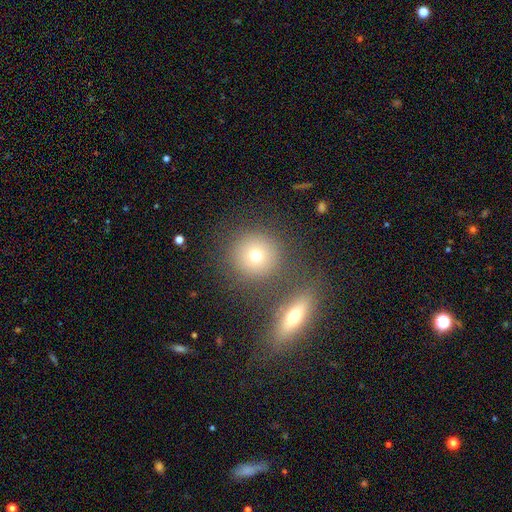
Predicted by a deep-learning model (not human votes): A smooth galaxy with no disk features (71%) that is round (91%).

Vote fractions:
- Smooth or featured? smooth: 71% / featured or disk: 15% / star or artifact: 14%
- How rounded? round: 91% / in between: 7% / cigar-shaped: 1%
- Merging? none: 76% / merger: 13% / minor disturbance: 8% / major disturbance: 4%